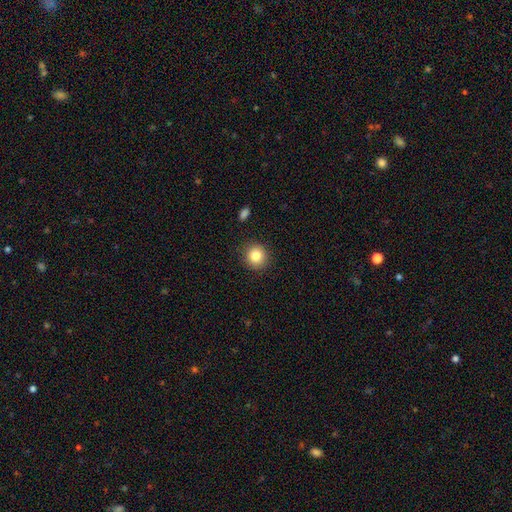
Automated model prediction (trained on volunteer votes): Smooth or featured? smooth (83%)
How rounded? round (89%)
Merging? none (89%)